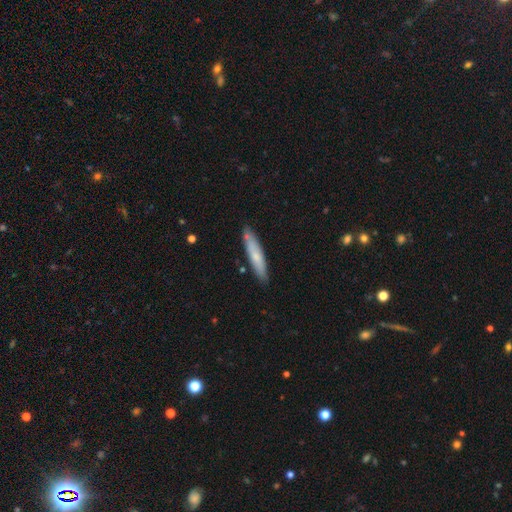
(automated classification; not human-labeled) This is likely a smooth galaxy (64%). How rounded: clearly cigar-shaped (88%). Merging: clearly none (84%).